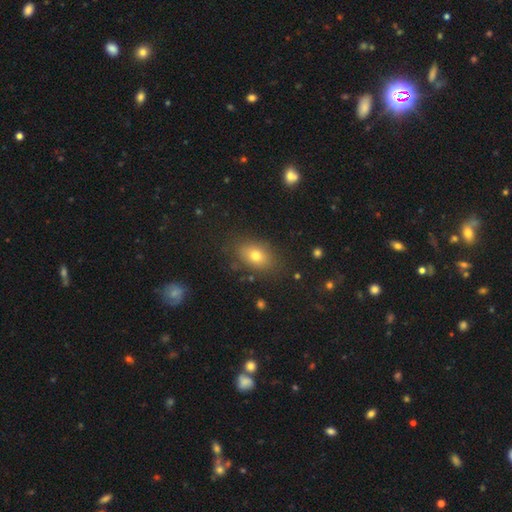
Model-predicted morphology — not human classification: smooth_or_featured: smooth (p=0.74) [alt: featured or disk p=0.13]
how_rounded: in between (p=0.77) [alt: round p=0.21]
merging: none (p=0.82) [alt: minor disturbance p=0.12]